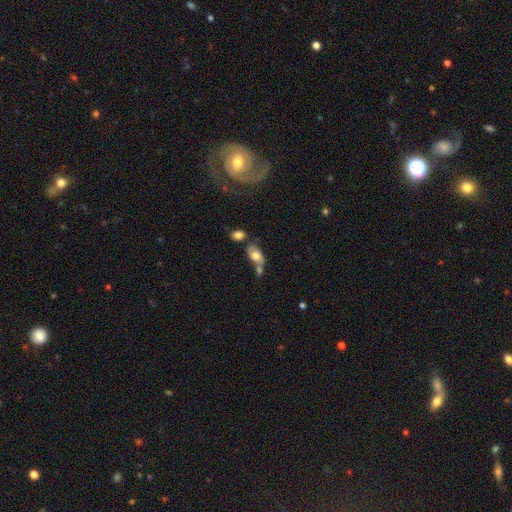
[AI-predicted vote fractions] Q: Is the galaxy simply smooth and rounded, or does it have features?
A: smooth — 67%.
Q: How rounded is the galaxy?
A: in between — 86%.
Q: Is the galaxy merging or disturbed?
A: merger — 40%.